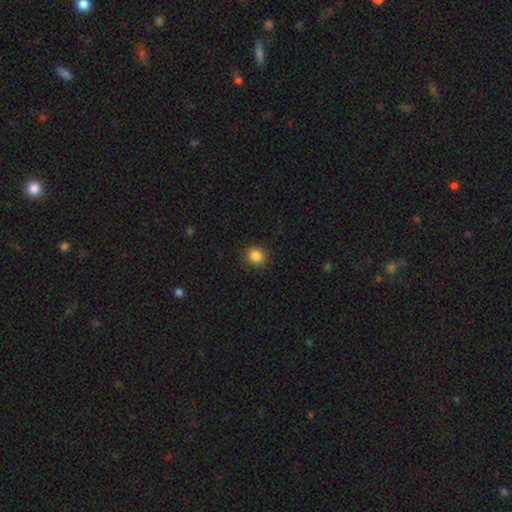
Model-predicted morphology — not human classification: This appears to be a smooth galaxy with no disk features (86%) that is round (86%). Merging: none (90%).